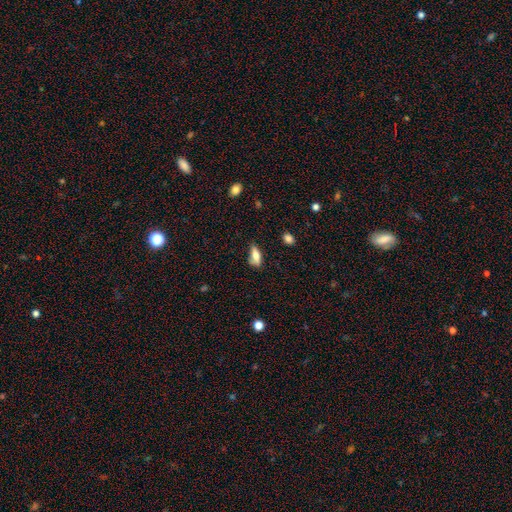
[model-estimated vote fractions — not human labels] This is likely a smooth galaxy (71%). How rounded: likely in between (70%). Merging: possibly none (54%).